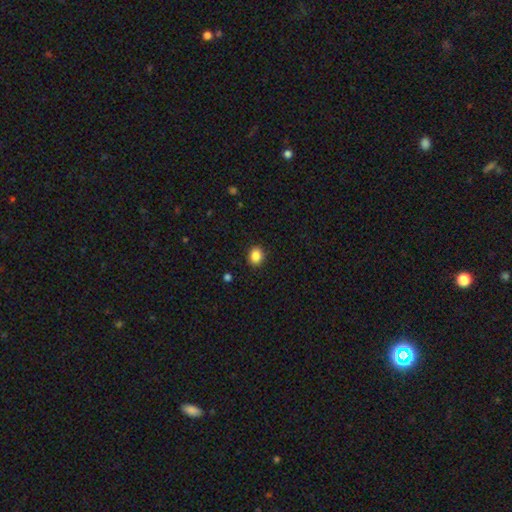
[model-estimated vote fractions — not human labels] Q: Smooth or featured?
A: smooth (86%); runner-up: star or artifact (10%)
Q: How rounded?
A: round (65%); runner-up: in between (34%)
Q: Merging?
A: none (90%); runner-up: minor disturbance (7%)